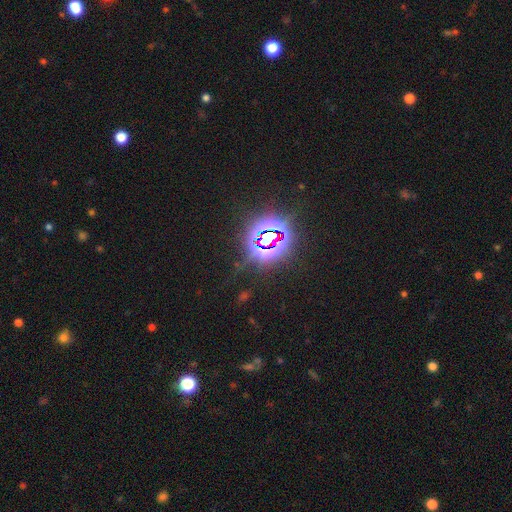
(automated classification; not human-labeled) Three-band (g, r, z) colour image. It shows a star or artifact, not a galaxy (83%).